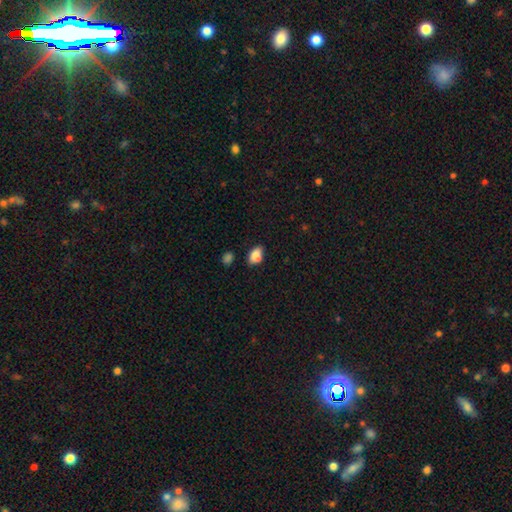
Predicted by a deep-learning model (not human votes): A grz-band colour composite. It shows a smooth galaxy with no disk features (84%) that is in between round and cigar-shaped (87%). Merging: none (66%).